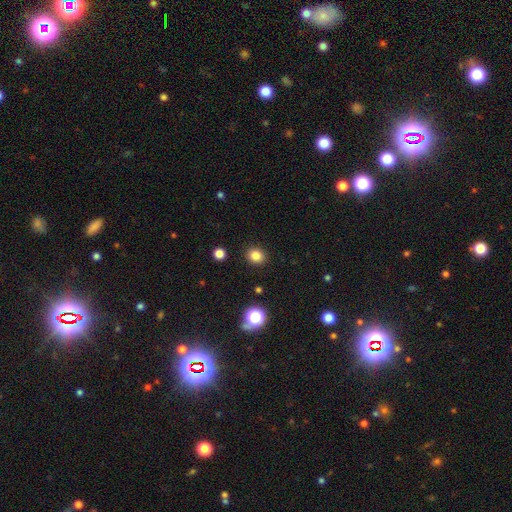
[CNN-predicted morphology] Smooth or featured?
  - smooth: 83% *
  - star or artifact: 12%
  - featured or disk: 5%
How rounded?
  - round: 73% *
  - in between: 26%
  - cigar-shaped: 1%
Merging?
  - none: 91% *
  - minor disturbance: 6%
  - major disturbance: 2%
  - merger: 1%